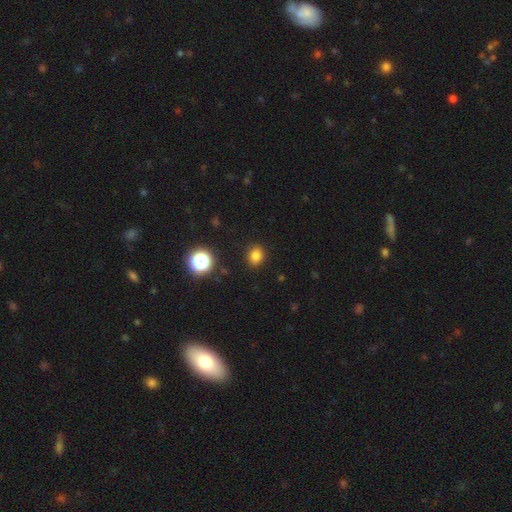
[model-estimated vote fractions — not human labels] Smooth or featured: smooth — 81% (star or artifact — 15%)
How rounded: round — 56% (in between — 43%)
Merging: none — 88% (minor disturbance — 8%)